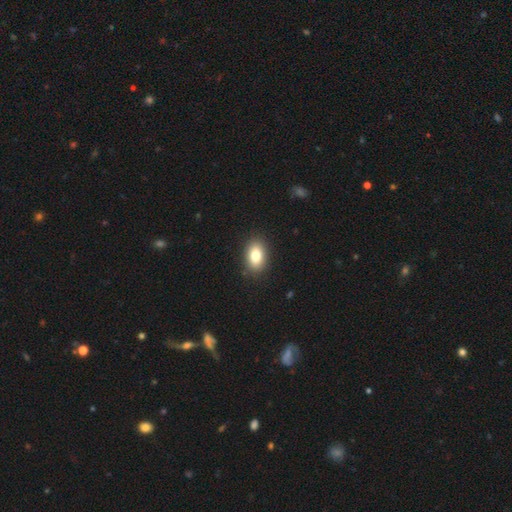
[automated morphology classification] Smooth or featured? Predicted: smooth (p=0.81). How rounded? Predicted: in between (p=0.87). Merging? Predicted: none (p=0.89).